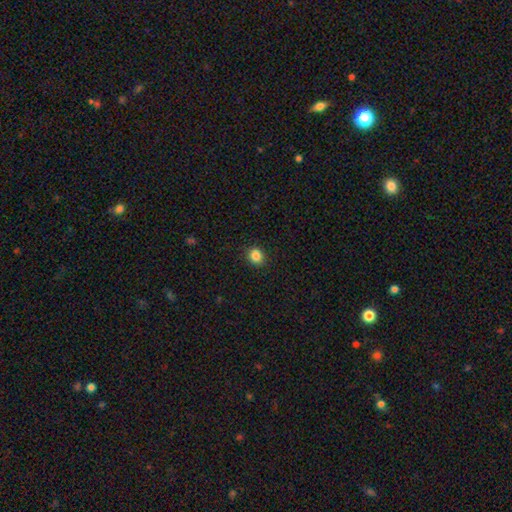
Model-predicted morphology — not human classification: This appears to be a smooth galaxy with no disk features (85%) that is round (74%). Merging: none (91%).